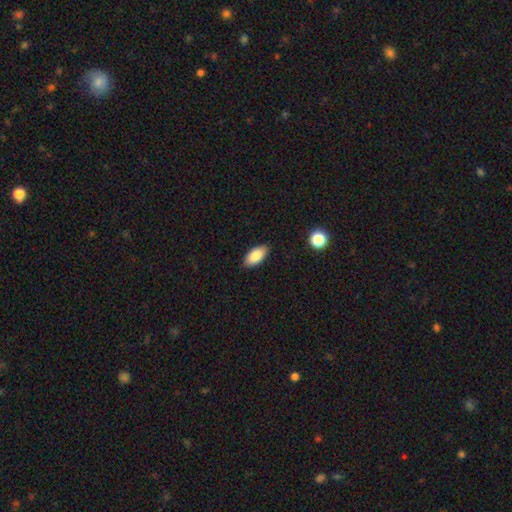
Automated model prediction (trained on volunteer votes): Q: Smooth or featured?
A: smooth (87%); runner-up: star or artifact (7%)
Q: How rounded?
A: in between (92%); runner-up: cigar-shaped (5%)
Q: Merging?
A: none (87%); runner-up: minor disturbance (10%)